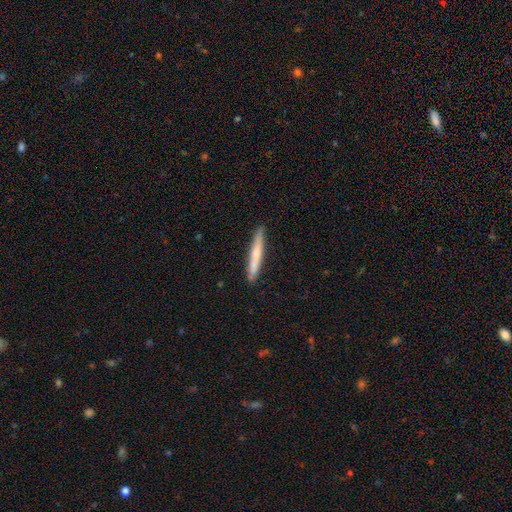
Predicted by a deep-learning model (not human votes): smooth_or_featured: smooth (p=0.61) [alt: featured or disk p=0.34]
how_rounded: cigar-shaped (p=0.96) [alt: in between p=0.03]
merging: none (p=0.90) [alt: minor disturbance p=0.08]